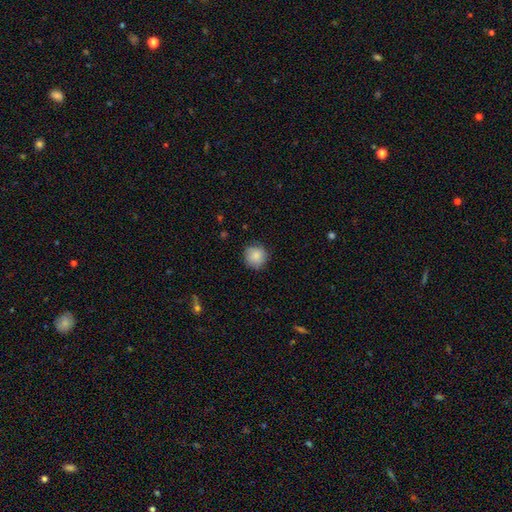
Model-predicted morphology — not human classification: Smooth or featured?
  - smooth: 85% *
  - star or artifact: 8%
  - featured or disk: 7%
How rounded?
  - round: 94% *
  - in between: 5%
  - cigar-shaped: 1%
Merging?
  - none: 85% *
  - minor disturbance: 12%
  - major disturbance: 3%
  - merger: 1%